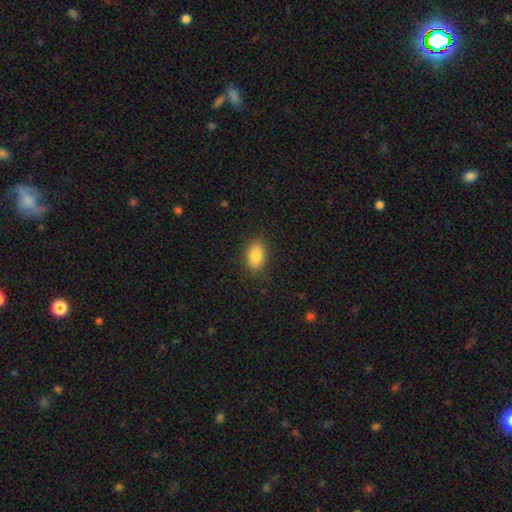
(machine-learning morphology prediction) This is clearly a smooth galaxy (86%). How rounded: clearly in between (87%). Merging: clearly none (85%).